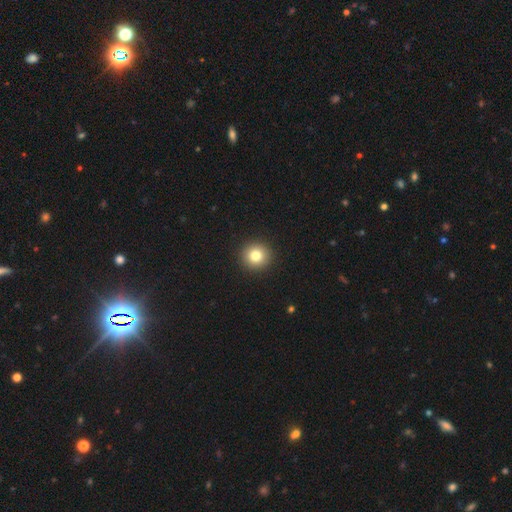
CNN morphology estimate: A smooth galaxy with no disk features (81%) that is round (93%).

Vote fractions:
- Smooth or featured? smooth: 81% / star or artifact: 11% / featured or disk: 8%
- How rounded? round: 93% / in between: 6% / cigar-shaped: 1%
- Merging? none: 93% / minor disturbance: 4% / major disturbance: 2% / merger: 1%